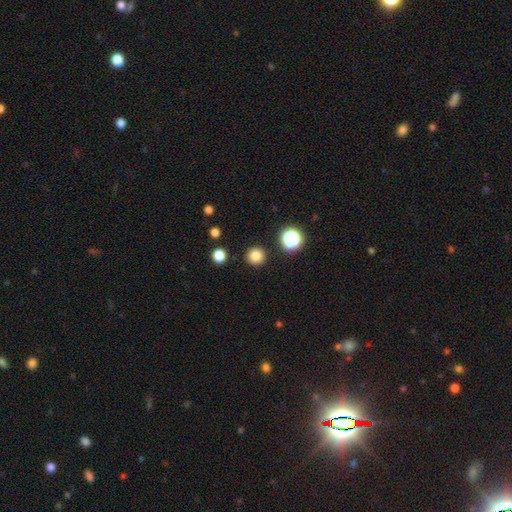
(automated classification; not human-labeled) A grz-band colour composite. It shows a smooth galaxy with no disk features (82%) that is round (95%). Merging: none (91%).